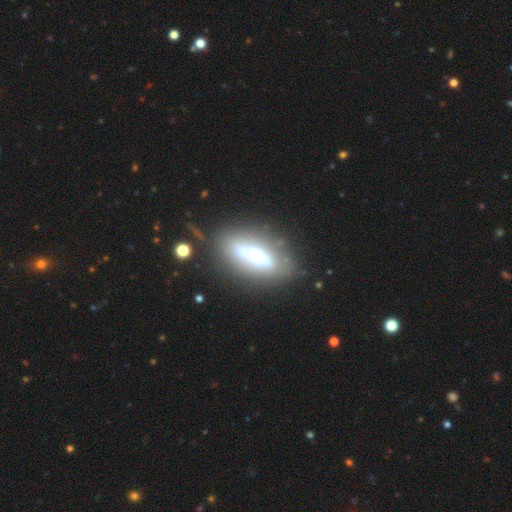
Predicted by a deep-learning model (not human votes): smooth-or-featured: featured or disk: 57% | smooth: 34% | star or artifact: 9%
  disk-edge-on: no: 53% | yes: 47%
  merging: none: 70% | minor disturbance: 16% | major disturbance: 8% | merger: 6%